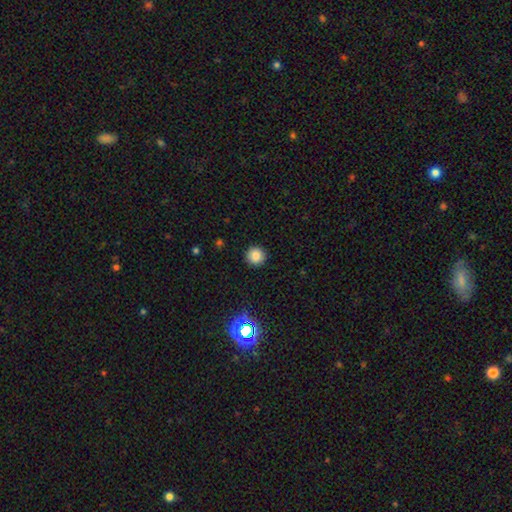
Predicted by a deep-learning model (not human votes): Morphology: type=smooth (83%); roundness=round (94%); merging=none (91%).